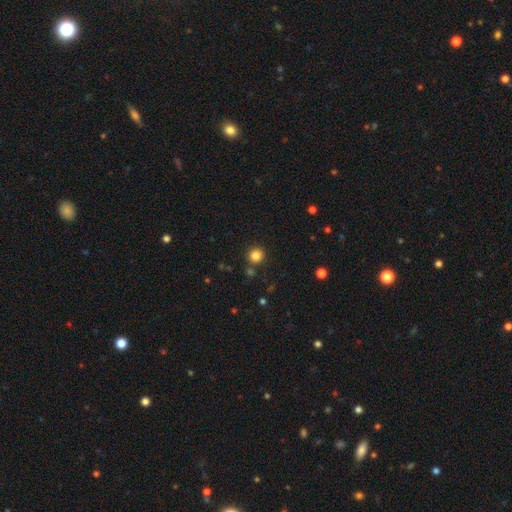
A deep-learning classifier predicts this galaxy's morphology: Overall: smooth (83%). How rounded: round (92%). Merging: none (85%).